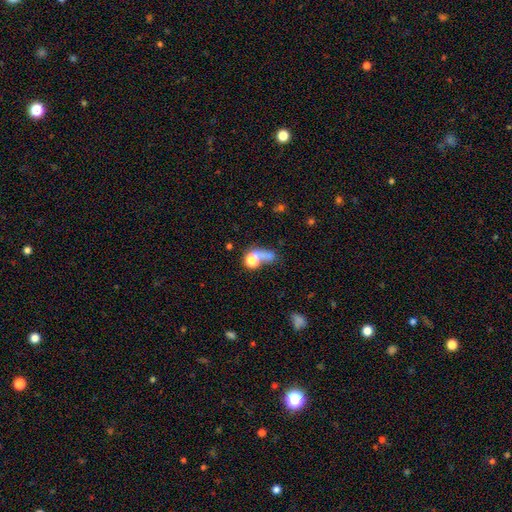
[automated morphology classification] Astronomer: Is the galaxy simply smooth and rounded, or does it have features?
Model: smooth — 57%.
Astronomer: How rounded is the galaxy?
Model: round — 49% (runner-up: in between, 42%).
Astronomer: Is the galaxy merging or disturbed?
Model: major disturbance — 31% (runner-up: merger, 30%).